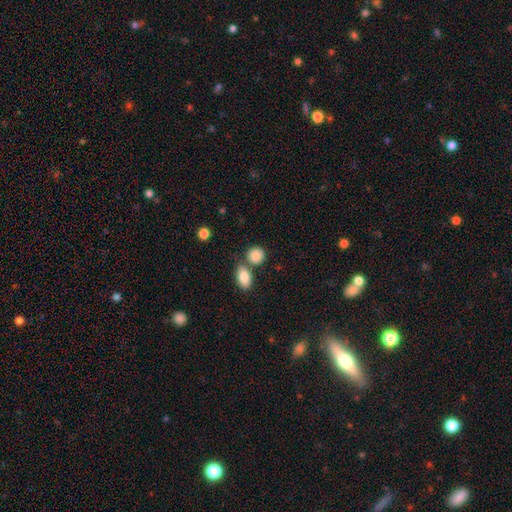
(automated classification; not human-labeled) Morphology: type=smooth (87%); roundness=round (70%); merging=none (63%).